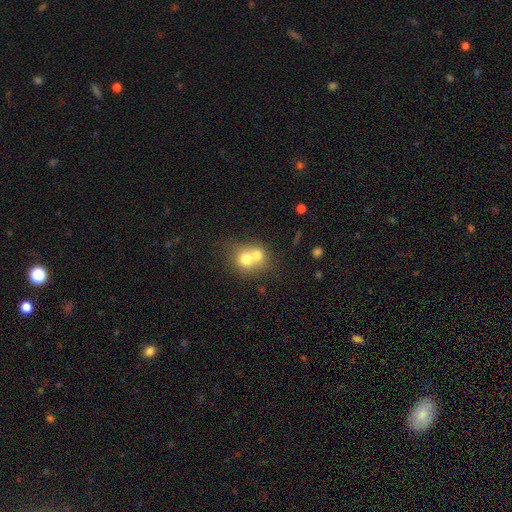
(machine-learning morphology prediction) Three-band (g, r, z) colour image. It shows a smooth galaxy with no disk features (67%) that is round (73%). Merging: merger (66%).